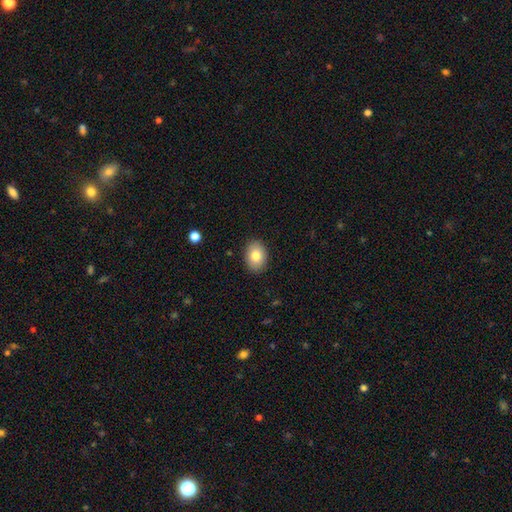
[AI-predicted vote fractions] This is clearly a smooth galaxy (82%). How rounded: likely in between (76%). Merging: clearly none (89%).